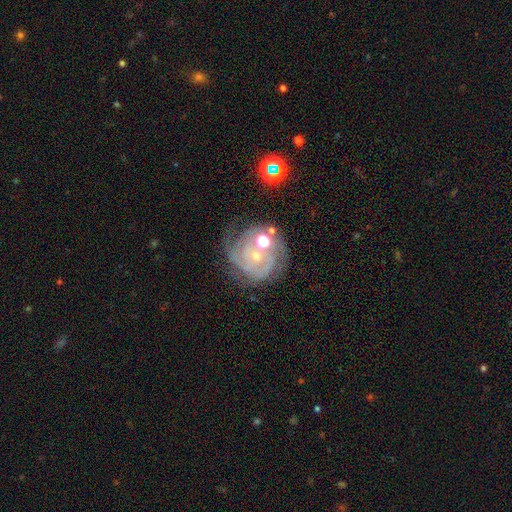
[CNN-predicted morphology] Overall: featured or disk (82%). Edge-on disk: no (98%). Bar: no (74%). Spiral arms: yes (95%). Spiral arm count: 3 (32%; can't tell 24%). Spiral winding: tight (71%). Bulge size: small (60%; moderate 34%). Merging: none (60%).